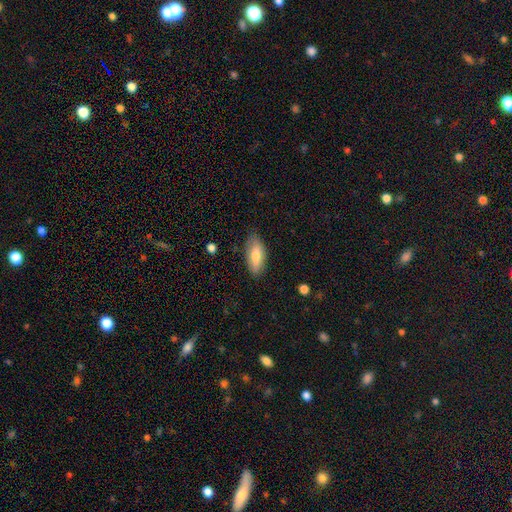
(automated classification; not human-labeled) A smooth galaxy with no disk features (72%) that is in between round and cigar-shaped (83%). Merging: none (81%).